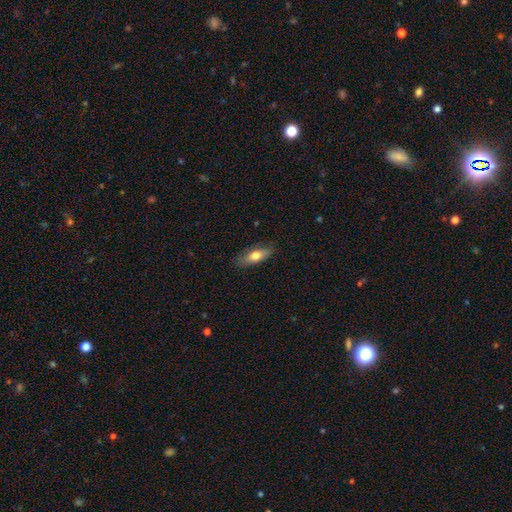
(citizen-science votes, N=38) A smooth galaxy with no disk features (74%) that is in between round and cigar-shaped (79%).

Vote fractions:
- Smooth or featured? smooth: 74% / featured or disk: 24% / star or artifact: 3%
- How rounded? in between: 79% / cigar-shaped: 18% / round: 4%
- Merging? none: 70% / minor disturbance: 24% / major disturbance: 5% / merger: 0%